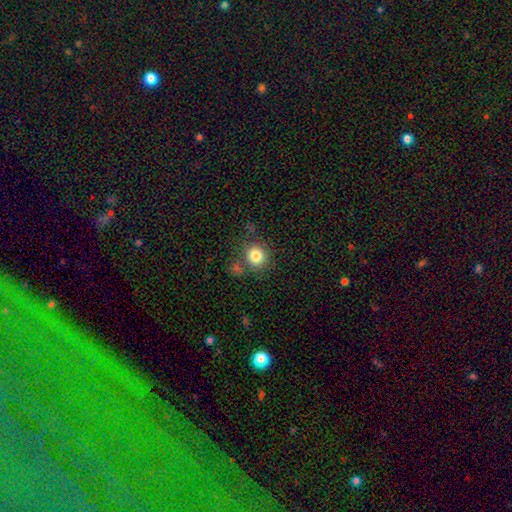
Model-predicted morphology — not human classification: Smooth or featured?
  - smooth: 82% *
  - star or artifact: 11%
  - featured or disk: 7%
How rounded?
  - round: 88% *
  - in between: 11%
  - cigar-shaped: 1%
Merging?
  - none: 75% *
  - minor disturbance: 11%
  - merger: 10%
  - major disturbance: 4%